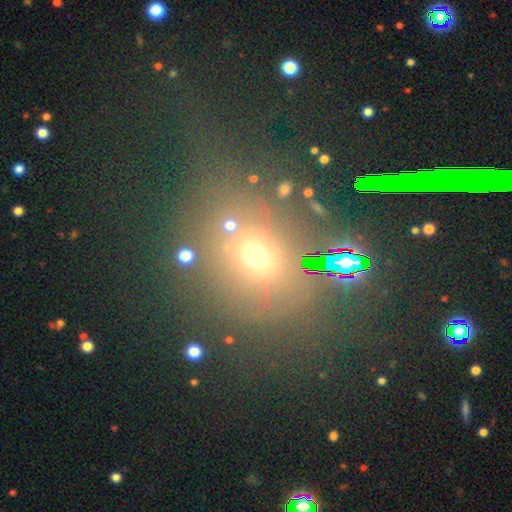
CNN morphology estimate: This appears to be a smooth galaxy with no disk features (59%) that is round (51%). Merging: none (65%).